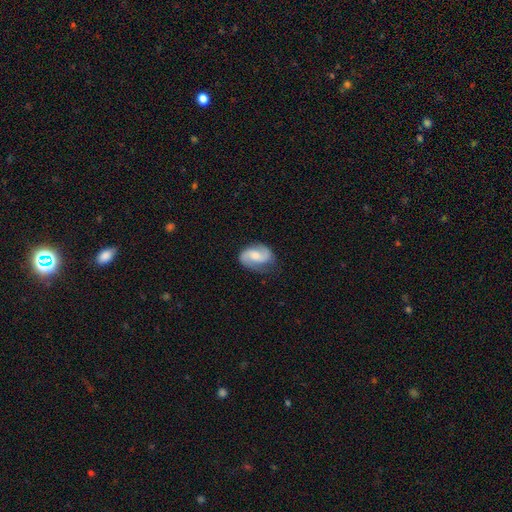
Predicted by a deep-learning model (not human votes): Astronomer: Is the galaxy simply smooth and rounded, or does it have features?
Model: featured or disk — 77%.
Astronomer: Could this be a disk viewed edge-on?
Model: no — 98%.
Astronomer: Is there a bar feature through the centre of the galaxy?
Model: no — 45% (runner-up: weak, 44%).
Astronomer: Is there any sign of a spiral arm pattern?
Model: yes — 96%.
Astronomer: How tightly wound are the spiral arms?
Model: medium — 48% (runner-up: loose, 33%).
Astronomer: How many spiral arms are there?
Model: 2 — 91%.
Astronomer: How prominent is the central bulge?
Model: moderate — 45% (runner-up: small, 24%).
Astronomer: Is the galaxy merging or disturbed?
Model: none — 76%.